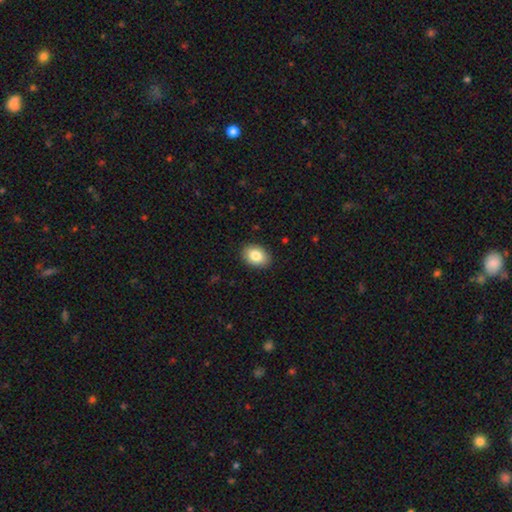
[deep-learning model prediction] Smooth or featured?
  - smooth: 84% *
  - featured or disk: 8%
  - star or artifact: 7%
How rounded?
  - in between: 78% *
  - round: 21%
  - cigar-shaped: 1%
Merging?
  - none: 89% *
  - minor disturbance: 8%
  - major disturbance: 2%
  - merger: 1%